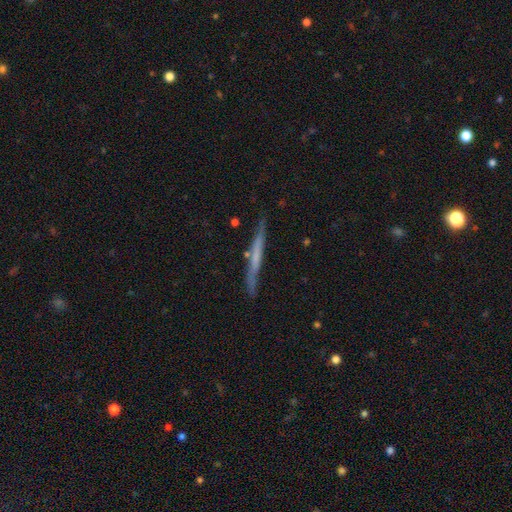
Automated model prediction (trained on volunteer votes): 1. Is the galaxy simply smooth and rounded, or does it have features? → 53% featured or disk, 42% smooth, 6% star or artifact.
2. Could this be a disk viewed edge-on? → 95% yes, 5% no.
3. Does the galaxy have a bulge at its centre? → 85% none, 8% rounded, 7% boxy.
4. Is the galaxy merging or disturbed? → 83% none, 12% minor disturbance, 2% major disturbance, 2% merger.